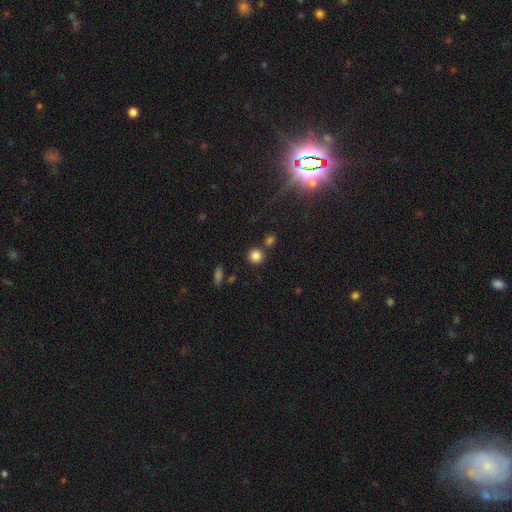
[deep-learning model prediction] This appears to be a smooth galaxy with no disk features (82%) that is round (91%). Merging: none (76%).